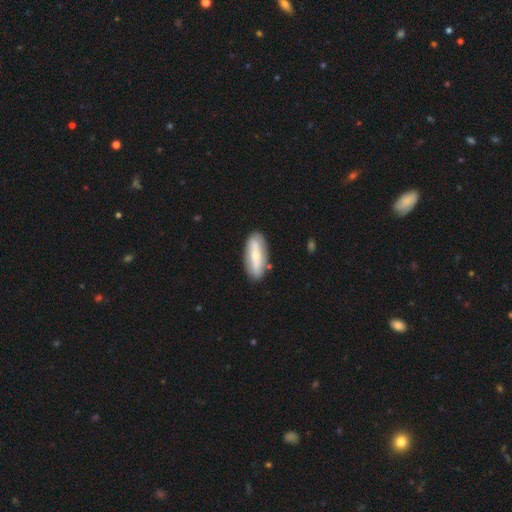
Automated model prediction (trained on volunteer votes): Smooth or featured?
  - smooth: 52% *
  - featured or disk: 43%
  - star or artifact: 5%
How rounded?
  - in between: 71% *
  - cigar-shaped: 27%
  - round: 2%
Merging?
  - none: 82% *
  - minor disturbance: 12%
  - major disturbance: 3%
  - merger: 2%